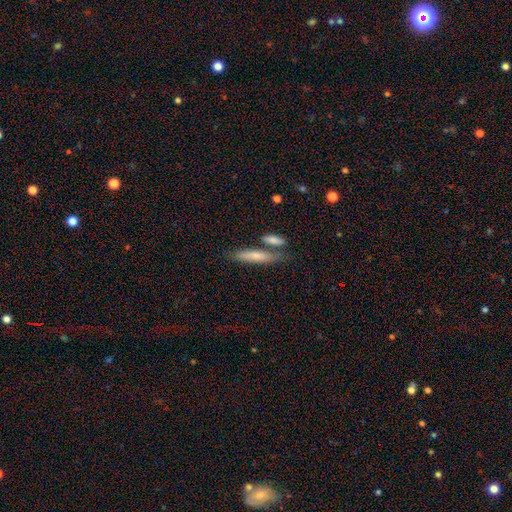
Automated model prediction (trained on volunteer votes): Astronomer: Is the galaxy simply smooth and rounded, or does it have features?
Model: smooth — 68%.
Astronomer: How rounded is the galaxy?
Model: cigar-shaped — 81%.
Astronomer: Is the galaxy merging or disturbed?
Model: none — 60%.